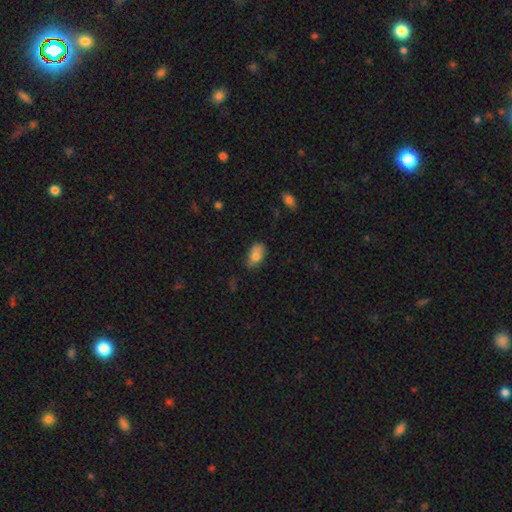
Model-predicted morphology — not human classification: Smooth or featured: smooth — 79% (featured or disk — 13%)
How rounded: in between — 91% (round — 6%)
Merging: none — 66% (minor disturbance — 26%)